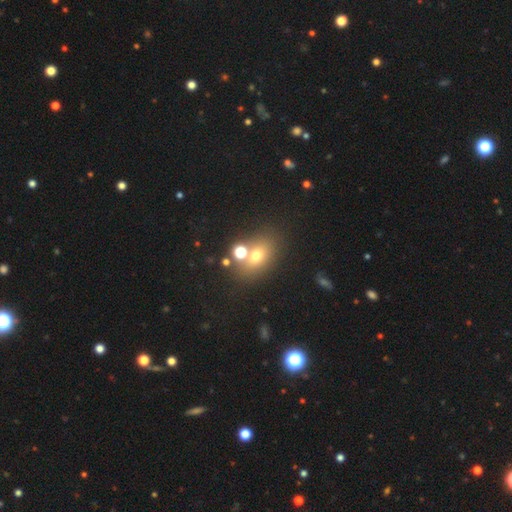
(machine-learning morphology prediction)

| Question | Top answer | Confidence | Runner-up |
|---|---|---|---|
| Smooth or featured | smooth | 65% | star or artifact (18%) |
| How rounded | in between | 62% | round (36%) |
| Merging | none | 59% | merger (25%) |